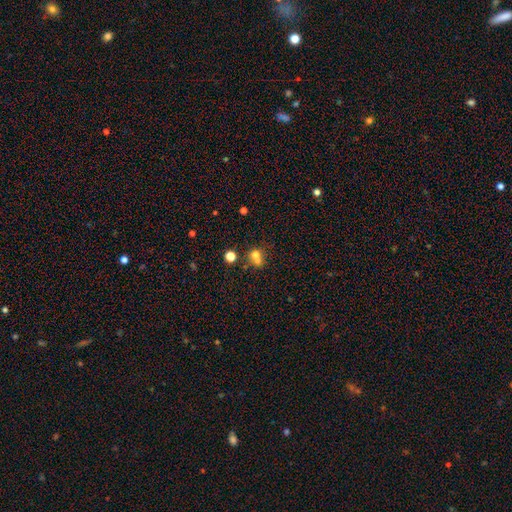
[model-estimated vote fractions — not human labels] Smooth or featured? smooth (68%)
How rounded? round (76%)
Merging? merger (53%)